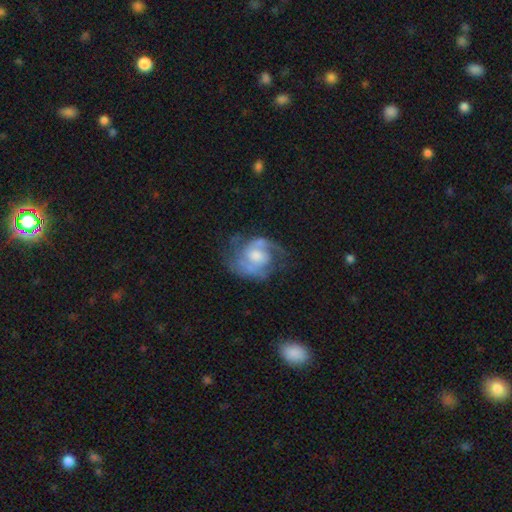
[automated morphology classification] smooth_or_featured: featured or disk (p=0.80) [alt: smooth p=0.14]
disk_edge_on: no (p=0.98) [alt: yes p=0.02]
bar: no (p=0.59) [alt: weak p=0.34]
has_spiral_arms: yes (p=0.91) [alt: no p=0.09]
spiral_winding: medium (p=0.48) [alt: tight p=0.33]
spiral_arm_count: 2 (p=0.62) [alt: can't tell p=0.16]
bulge_size: moderate (p=0.51) [alt: small p=0.24]
merging: none (p=0.58) [alt: minor disturbance p=0.21]